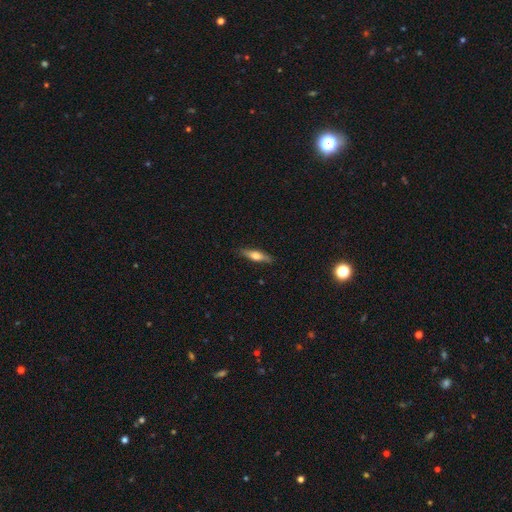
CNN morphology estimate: This appears to be a smooth galaxy with no disk features (53%) that is cigar-shaped (68%). Merging: none (85%).